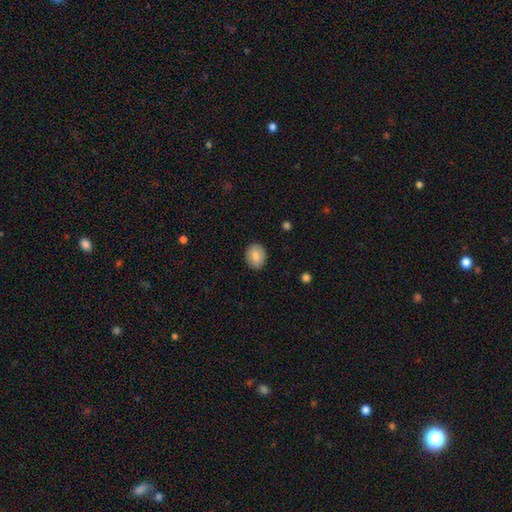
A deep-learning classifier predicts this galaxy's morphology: type=smooth (82%); roundness=round (56%); merging=none (87%).